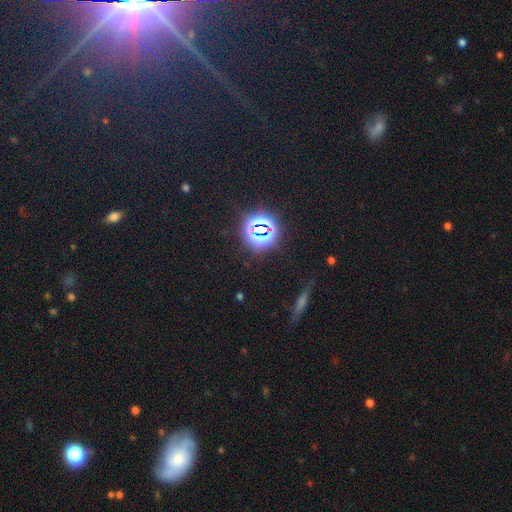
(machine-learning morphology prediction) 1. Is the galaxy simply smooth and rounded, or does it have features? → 68% star or artifact, 19% smooth, 13% featured or disk.